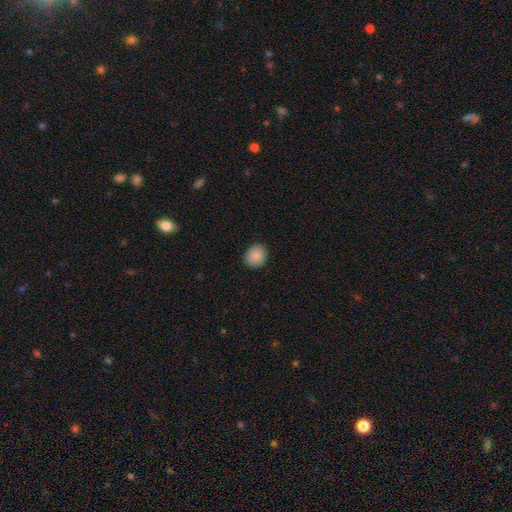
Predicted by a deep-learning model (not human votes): Smooth or featured: smooth — 87% (star or artifact — 8%)
How rounded: round — 68% (in between — 31%)
Merging: none — 89% (minor disturbance — 8%)